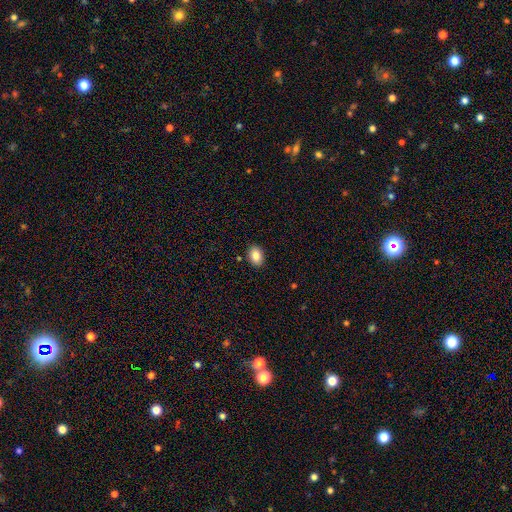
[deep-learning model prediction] Smooth or featured: smooth — 85% (star or artifact — 8%)
How rounded: in between — 78% (round — 21%)
Merging: none — 89% (minor disturbance — 8%)